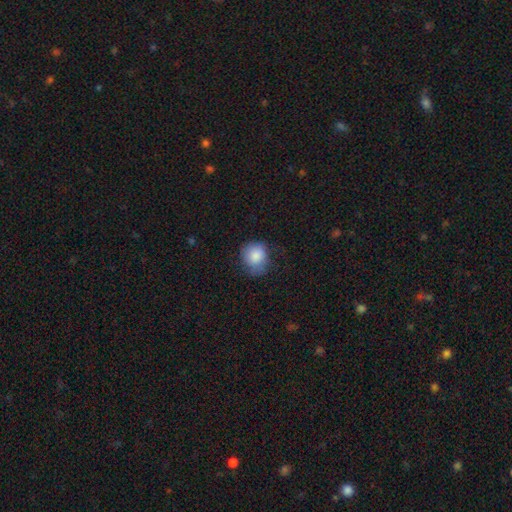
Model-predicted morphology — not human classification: type=smooth (85%); roundness=round (77%); merging=none (59%).